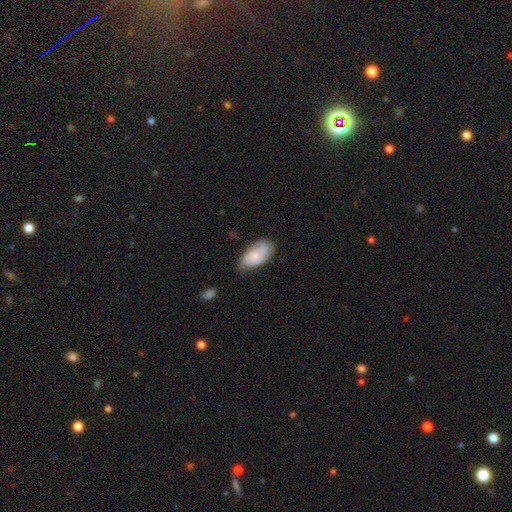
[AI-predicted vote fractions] The model was most divided on "smooth or featured": smooth: 55%, featured or disk: 39%, star or artifact: 7%. More confident: how rounded — in between (93%); merging — none (62%).